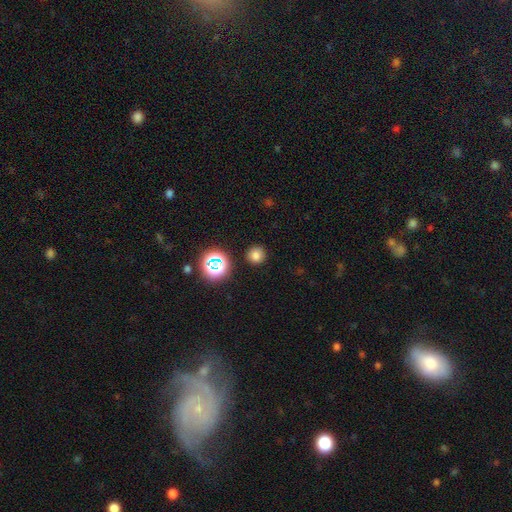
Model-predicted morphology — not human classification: Overall: smooth (75%). How rounded: round (94%). Merging: none (90%).